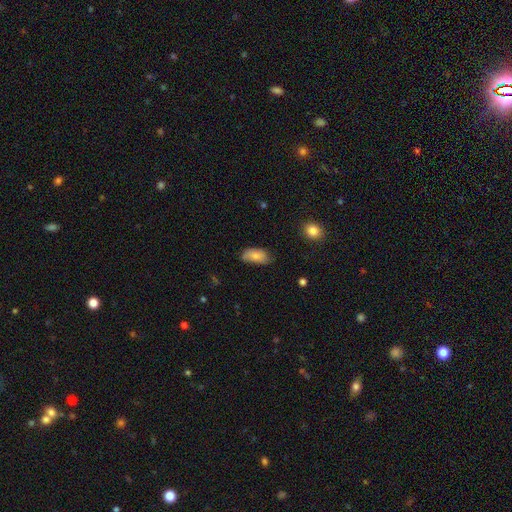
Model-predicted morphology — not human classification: This is likely a smooth galaxy (77%). How rounded: clearly in between (92%). Merging: possibly none (56%).